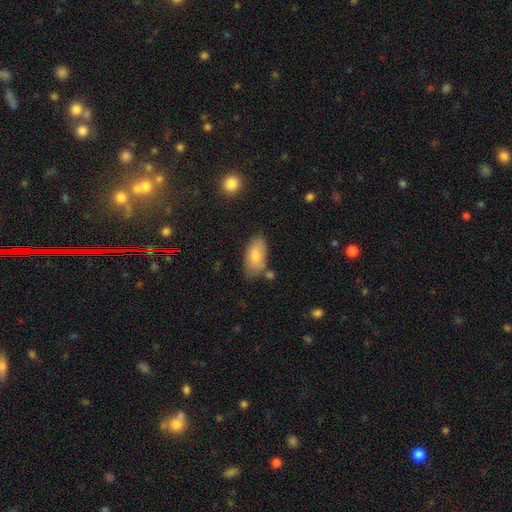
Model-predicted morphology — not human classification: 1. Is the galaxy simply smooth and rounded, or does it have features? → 78% smooth, 16% featured or disk, 6% star or artifact.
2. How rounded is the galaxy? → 93% in between, 3% round, 3% cigar-shaped.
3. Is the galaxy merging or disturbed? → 66% none, 22% minor disturbance, 7% merger, 5% major disturbance.